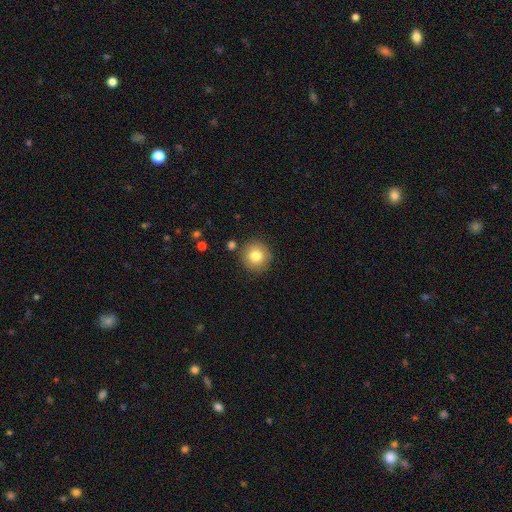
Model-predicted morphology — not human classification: The model was most divided on "smooth or featured": smooth: 79%, featured or disk: 11%, star or artifact: 9%. More confident: how rounded — round (94%); merging — none (86%).